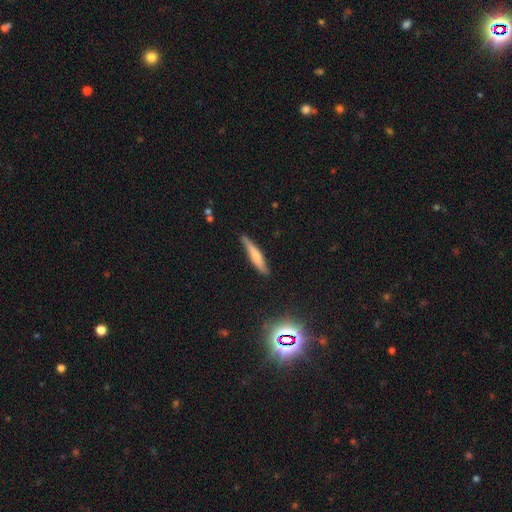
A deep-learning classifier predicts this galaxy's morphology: Smooth or featured? smooth (60%)
How rounded? cigar-shaped (91%)
Merging? none (78%)